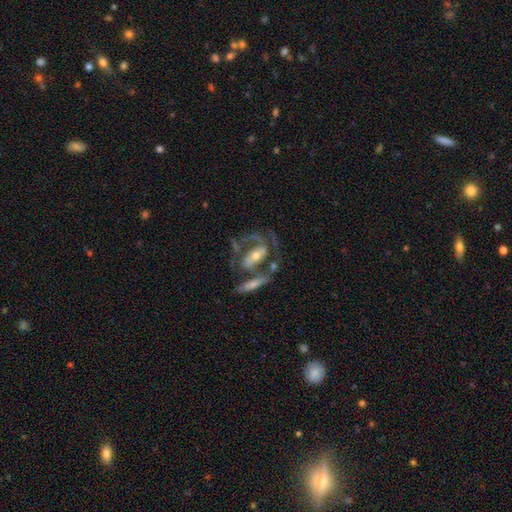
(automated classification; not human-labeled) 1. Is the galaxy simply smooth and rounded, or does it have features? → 76% featured or disk, 17% smooth, 7% star or artifact.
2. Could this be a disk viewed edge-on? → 91% no, 9% yes.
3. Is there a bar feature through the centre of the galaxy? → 44% no, 29% weak, 27% strong.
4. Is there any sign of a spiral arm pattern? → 75% yes, 25% no.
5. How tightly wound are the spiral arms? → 44% medium, 35% tight, 21% loose.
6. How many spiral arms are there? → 65% 2, 17% can't tell, 12% 1, 4% 3, 1% 4, 1% more than 4.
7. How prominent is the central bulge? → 54% moderate, 36% small, 7% large, 2% none, 1% dominant.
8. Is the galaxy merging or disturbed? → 40% none, 25% merger, 20% major disturbance, 15% minor disturbance.